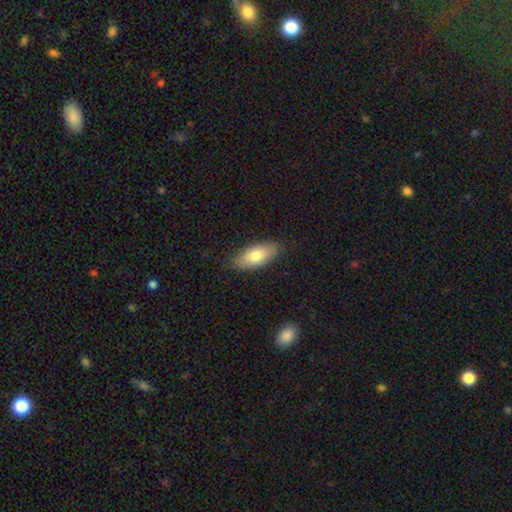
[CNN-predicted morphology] This appears to be a smooth galaxy with no disk features (75%) that is in between round and cigar-shaped (86%). Merging: none (83%).